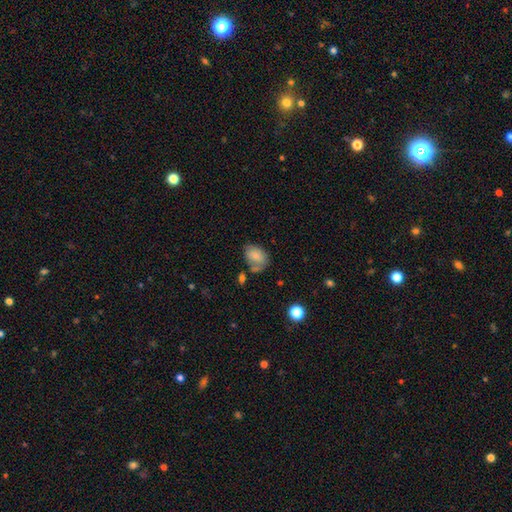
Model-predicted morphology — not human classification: This appears to be a smooth galaxy with no disk features (76%) that is in between round and cigar-shaped (75%). Merging: none (47%).